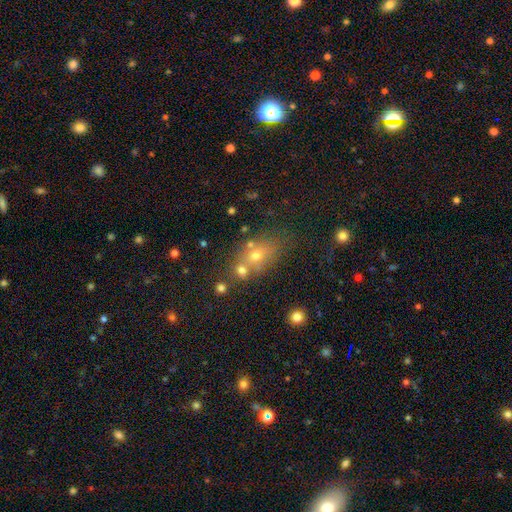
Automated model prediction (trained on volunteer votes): Smooth or featured: smooth — 57% (featured or disk — 22%)
How rounded: in between — 60% (round — 35%)
Merging: none — 47% (merger — 34%)